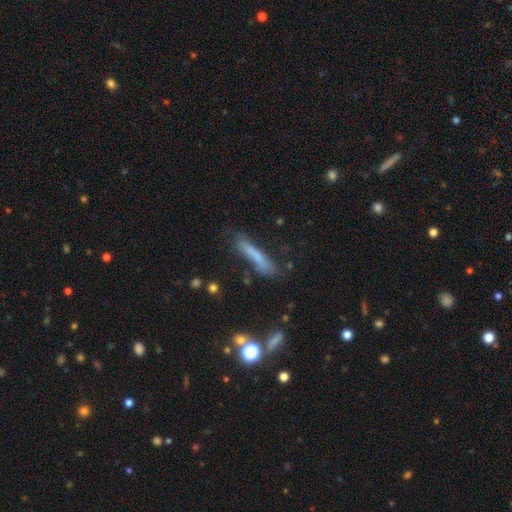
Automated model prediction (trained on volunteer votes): This appears to be a smooth galaxy with no disk features (63%) that is cigar-shaped (91%). Merging: none (61%).